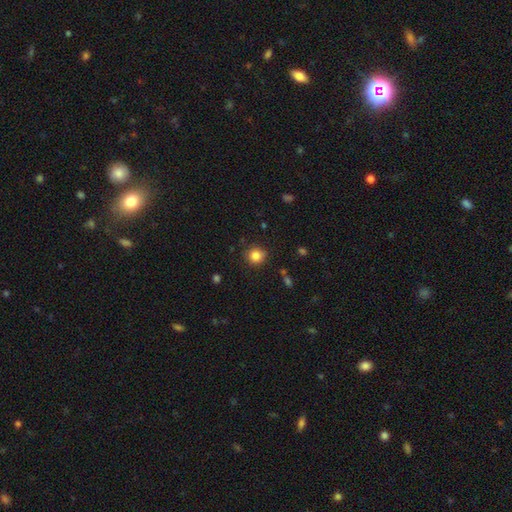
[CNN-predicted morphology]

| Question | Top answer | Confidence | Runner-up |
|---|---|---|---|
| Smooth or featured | smooth | 83% | star or artifact (11%) |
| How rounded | round | 88% | in between (11%) |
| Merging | none | 83% | minor disturbance (12%) |